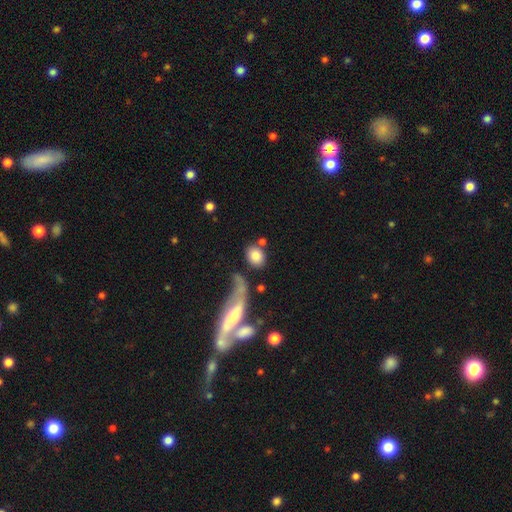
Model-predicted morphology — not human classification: type=smooth (81%); roundness=in between (59%); merging=none (60%).